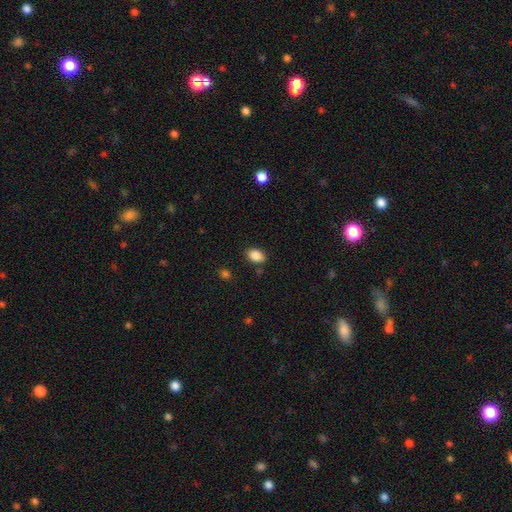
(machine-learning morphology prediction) This appears to be a smooth galaxy with no disk features (87%) that is in between round and cigar-shaped (81%). Merging: none (83%).